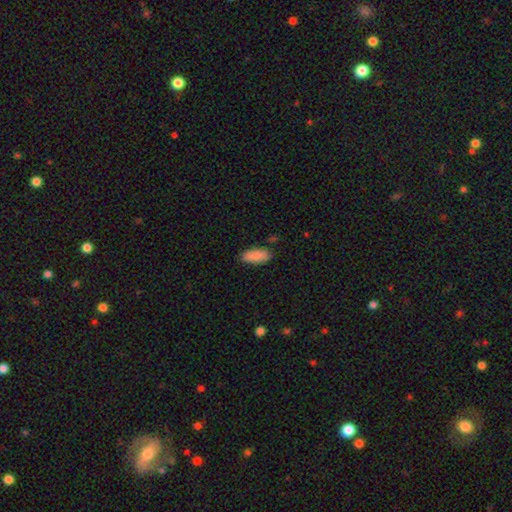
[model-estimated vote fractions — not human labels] Morphology: type=smooth (89%); roundness=in between (82%); merging=none (84%).